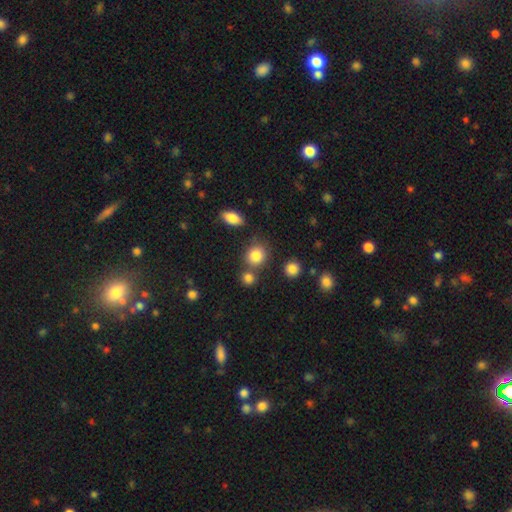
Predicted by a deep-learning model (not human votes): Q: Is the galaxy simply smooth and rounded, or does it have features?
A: smooth — 83%.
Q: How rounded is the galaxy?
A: round — 77%.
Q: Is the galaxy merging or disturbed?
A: none — 70%.